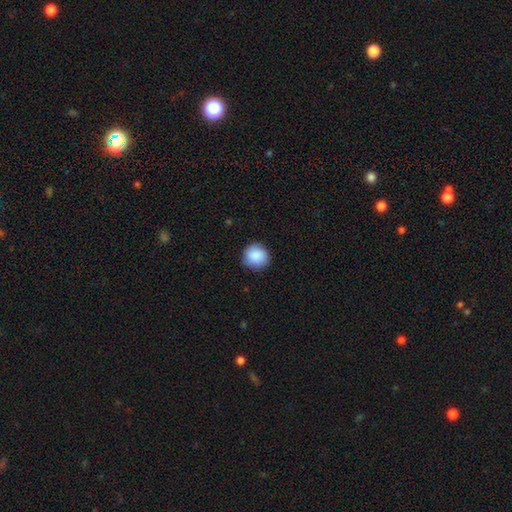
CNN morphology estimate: Smooth or featured? Predicted: smooth (p=0.89). How rounded? Predicted: round (p=0.92). Merging? Predicted: none (p=0.86).